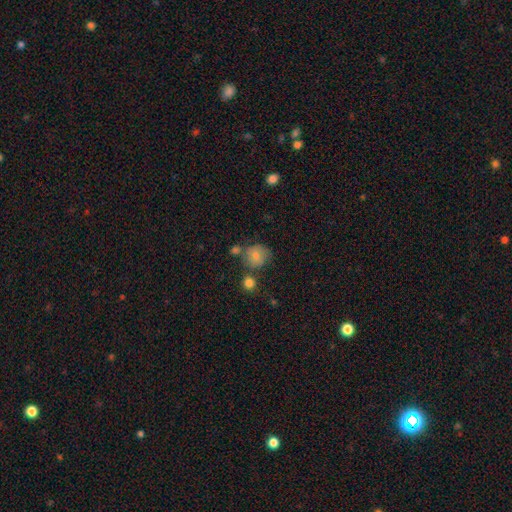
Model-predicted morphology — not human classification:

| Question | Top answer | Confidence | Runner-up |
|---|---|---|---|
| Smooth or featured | smooth | 74% | featured or disk (16%) |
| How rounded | round | 80% | in between (19%) |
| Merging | none | 59% | minor disturbance (20%) |